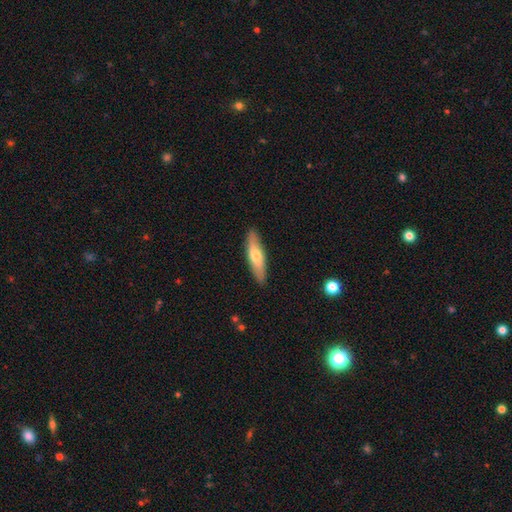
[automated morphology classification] This appears to be a smooth galaxy with no disk features (58%) that is cigar-shaped (69%). Merging: none (89%).